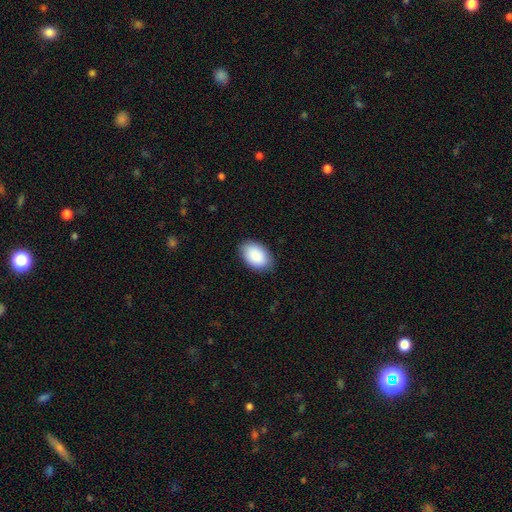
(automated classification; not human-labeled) The model was most divided on "merging": none: 85%, minor disturbance: 12%, major disturbance: 2%, merger: 1%. More confident: how rounded — in between (92%); smooth or featured — smooth (90%).